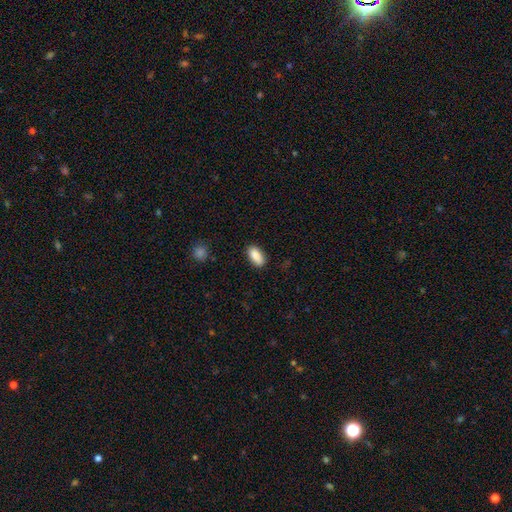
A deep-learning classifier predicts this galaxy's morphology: type=smooth (88%); roundness=in between (90%); merging=none (85%).